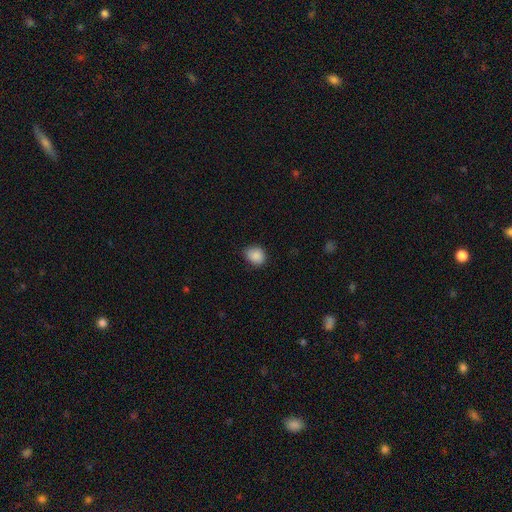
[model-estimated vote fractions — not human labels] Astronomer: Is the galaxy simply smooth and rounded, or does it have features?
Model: smooth — 88%.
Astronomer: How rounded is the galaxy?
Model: round — 60% (runner-up: in between, 39%).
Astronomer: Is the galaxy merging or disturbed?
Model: none — 77%.